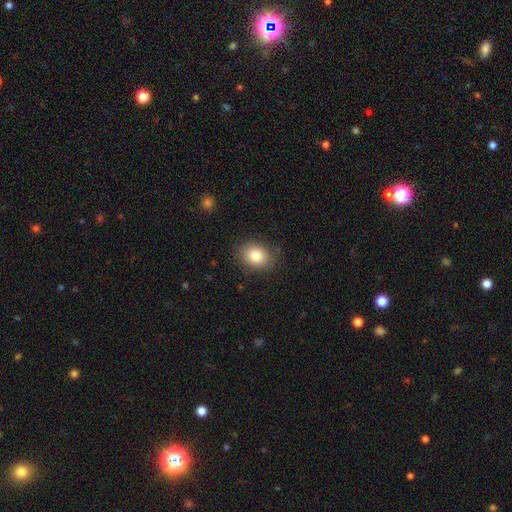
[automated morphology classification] type=smooth (83%); roundness=in between (56%); merging=none (86%).